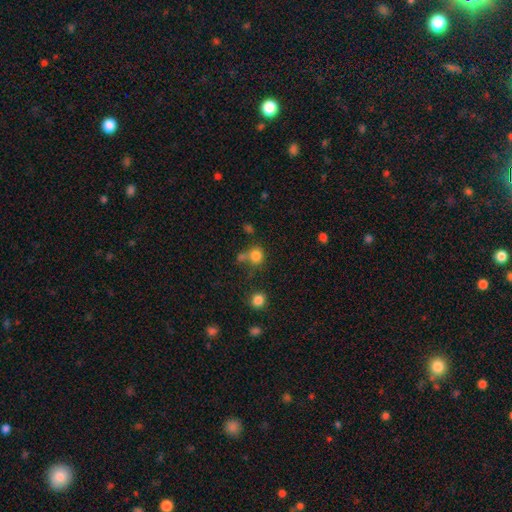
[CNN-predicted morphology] smooth-or-featured: smooth: 80% | star or artifact: 13% | featured or disk: 7%
  how-rounded: round: 77% | in between: 22% | cigar-shaped: 1%
  merging: none: 54% | merger: 25% | minor disturbance: 13% | major disturbance: 7%